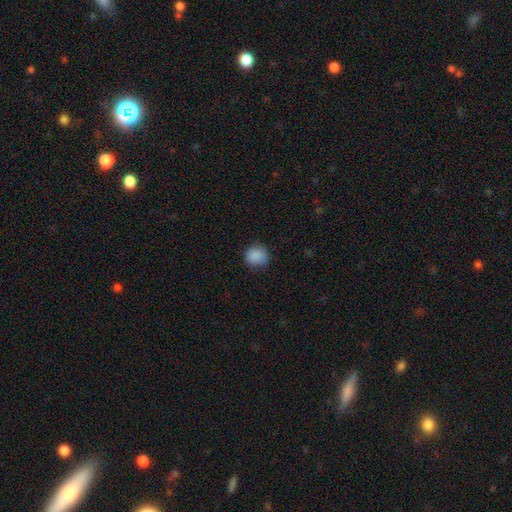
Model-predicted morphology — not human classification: A smooth galaxy with no disk features (88%) that is round (87%). Merging: none (84%).